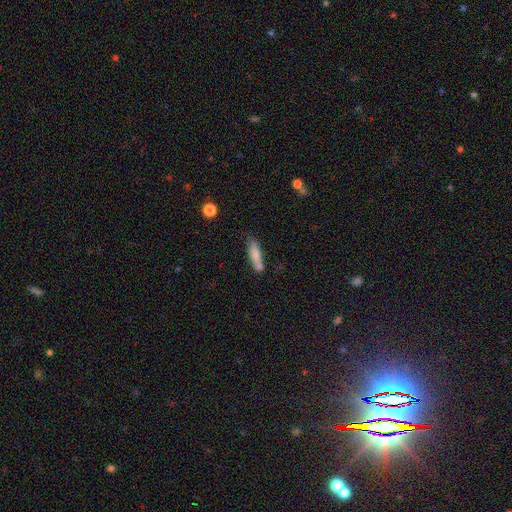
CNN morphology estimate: Smooth or featured?
  - smooth: 77% *
  - featured or disk: 15%
  - star or artifact: 7%
How rounded?
  - cigar-shaped: 65% *
  - in between: 33%
  - round: 2%
Merging?
  - none: 56% *
  - merger: 20%
  - minor disturbance: 19%
  - major disturbance: 5%